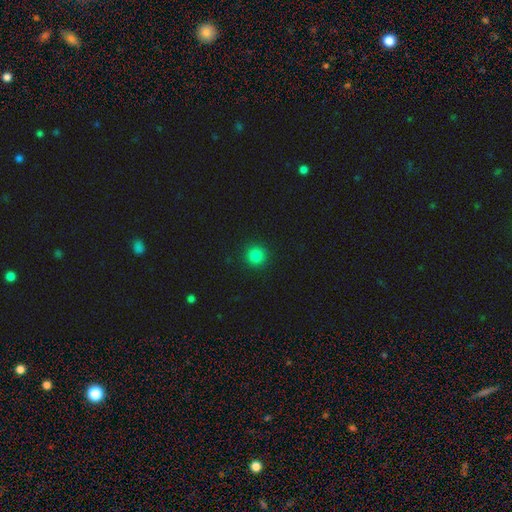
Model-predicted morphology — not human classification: Smooth or featured? Predicted: smooth (p=0.83). How rounded? Predicted: round (p=0.95). Merging? Predicted: none (p=0.92).